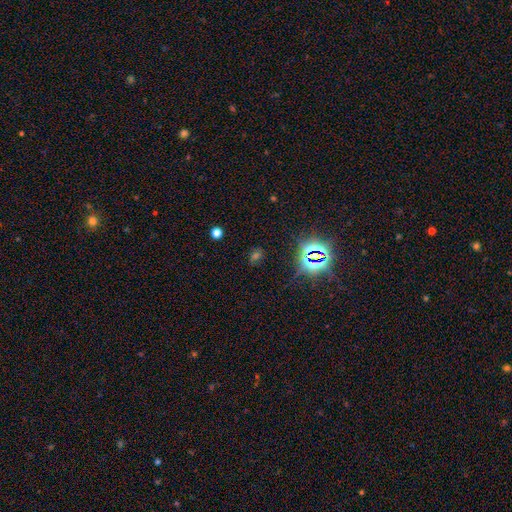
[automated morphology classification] Q: Smooth or featured?
A: star or artifact (61%); runner-up: smooth (30%)